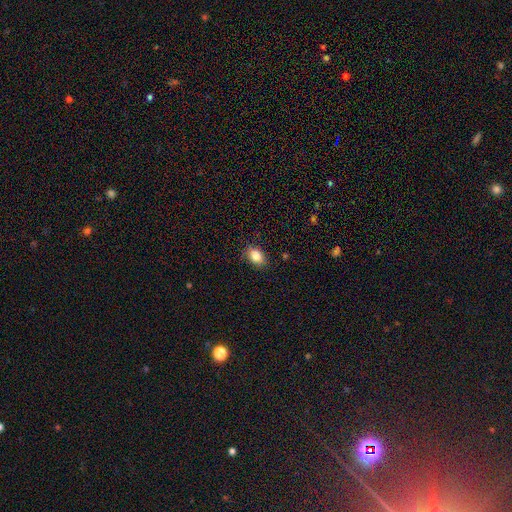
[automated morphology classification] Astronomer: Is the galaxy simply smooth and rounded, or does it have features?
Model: smooth — 85%.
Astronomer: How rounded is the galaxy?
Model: in between — 77%.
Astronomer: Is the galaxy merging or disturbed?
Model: none — 84%.